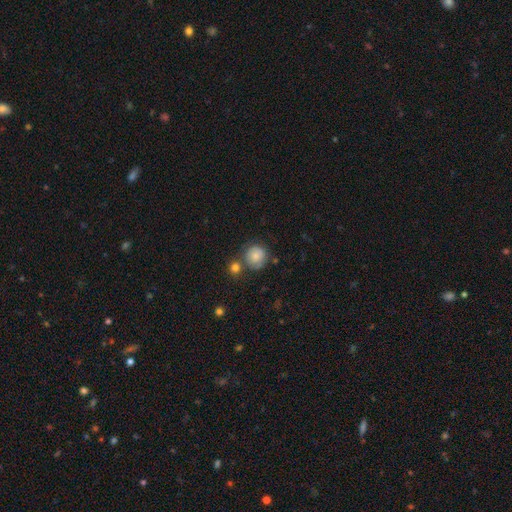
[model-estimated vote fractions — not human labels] A smooth galaxy with no disk features (77%) that is round (90%).

Vote fractions:
- Smooth or featured? smooth: 77% / featured or disk: 14% / star or artifact: 9%
- How rounded? round: 90% / in between: 9% / cigar-shaped: 1%
- Merging? none: 64% / minor disturbance: 15% / merger: 15% / major disturbance: 5%